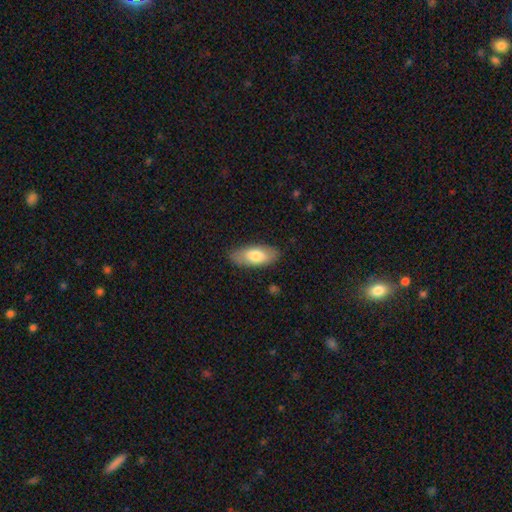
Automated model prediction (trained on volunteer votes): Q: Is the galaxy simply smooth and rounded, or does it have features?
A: smooth — 76%.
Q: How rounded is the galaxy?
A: in between — 84%.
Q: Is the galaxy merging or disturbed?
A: none — 83%.